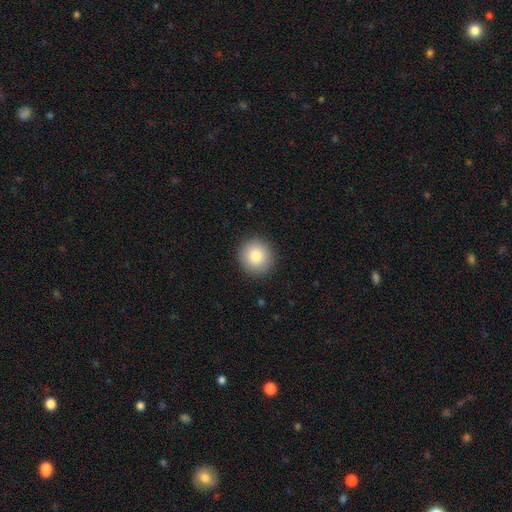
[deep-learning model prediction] Overall: smooth (83%). How rounded: round (93%). Merging: none (91%).